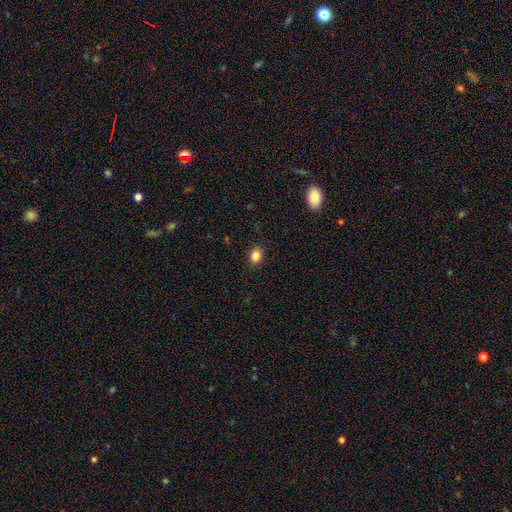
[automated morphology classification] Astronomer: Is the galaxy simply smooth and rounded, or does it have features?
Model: smooth — 85%.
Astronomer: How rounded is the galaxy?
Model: in between — 56% (runner-up: round, 43%).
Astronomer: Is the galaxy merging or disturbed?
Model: none — 89%.